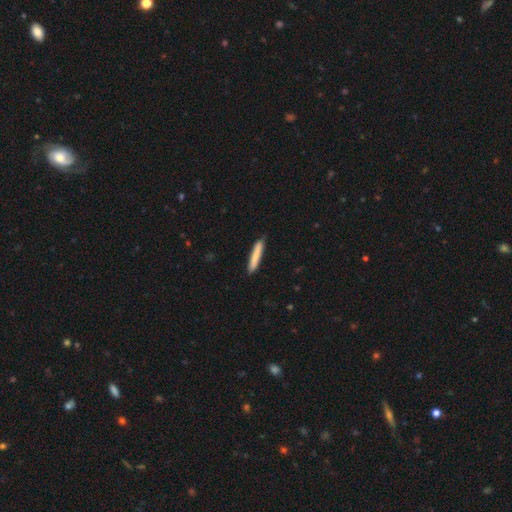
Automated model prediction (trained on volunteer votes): smooth_or_featured: smooth (p=0.81) [alt: featured or disk p=0.13]
how_rounded: cigar-shaped (p=0.94) [alt: in between p=0.05]
merging: none (p=0.87) [alt: minor disturbance p=0.11]